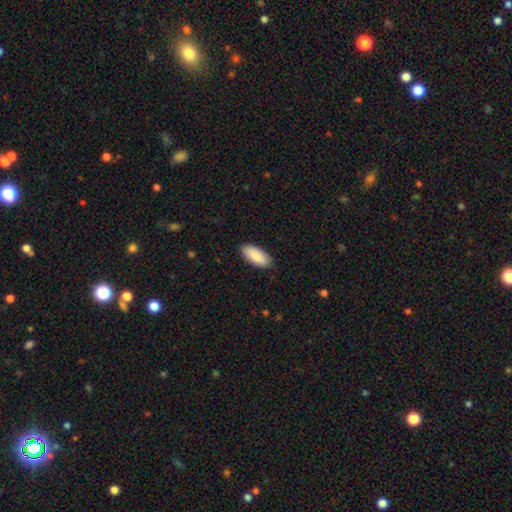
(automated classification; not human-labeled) Smooth or featured?
  - smooth: 89% *
  - featured or disk: 6%
  - star or artifact: 5%
How rounded?
  - in between: 87% *
  - cigar-shaped: 11%
  - round: 2%
Merging?
  - none: 88% *
  - minor disturbance: 9%
  - major disturbance: 2%
  - merger: 1%